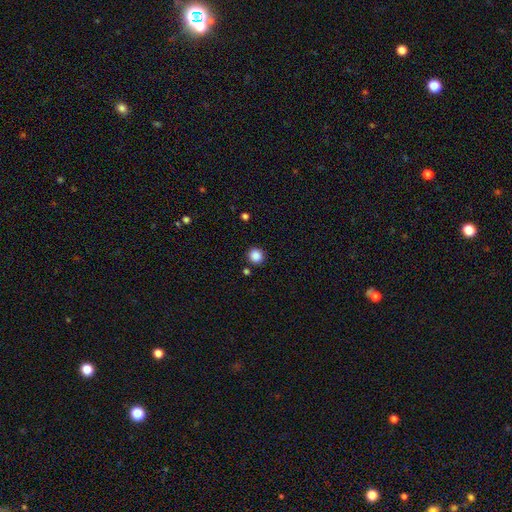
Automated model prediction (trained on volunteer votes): Smooth or featured? Predicted: smooth (p=0.87). How rounded? Predicted: round (p=0.92). Merging? Predicted: none (p=0.88).